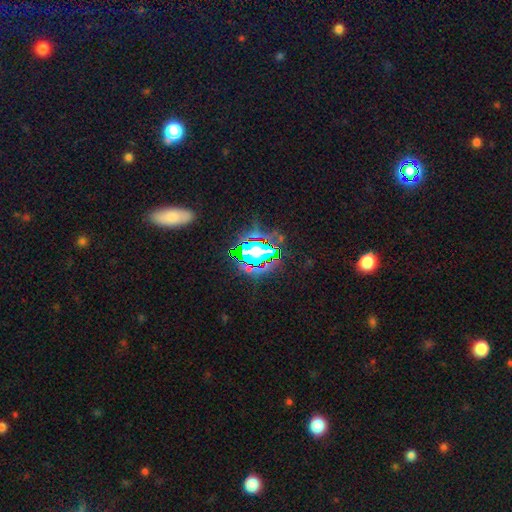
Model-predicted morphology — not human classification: smooth-or-featured: star or artifact: 66% | smooth: 20% | featured or disk: 14%